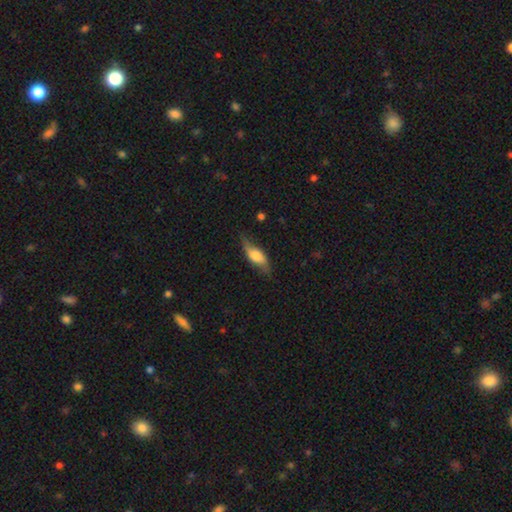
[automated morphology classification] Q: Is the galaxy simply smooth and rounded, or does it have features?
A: smooth — 53%.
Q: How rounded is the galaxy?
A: in between — 68%.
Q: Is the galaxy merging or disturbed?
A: none — 63%.